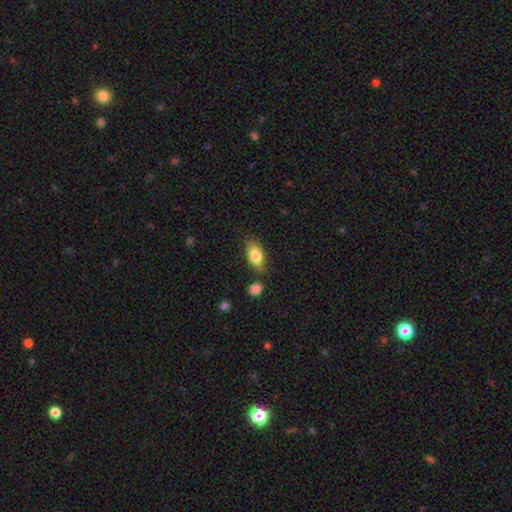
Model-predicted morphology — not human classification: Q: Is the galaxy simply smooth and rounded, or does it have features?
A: smooth — 82%.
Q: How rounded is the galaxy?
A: in between — 90%.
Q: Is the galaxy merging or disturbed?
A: none — 75%.